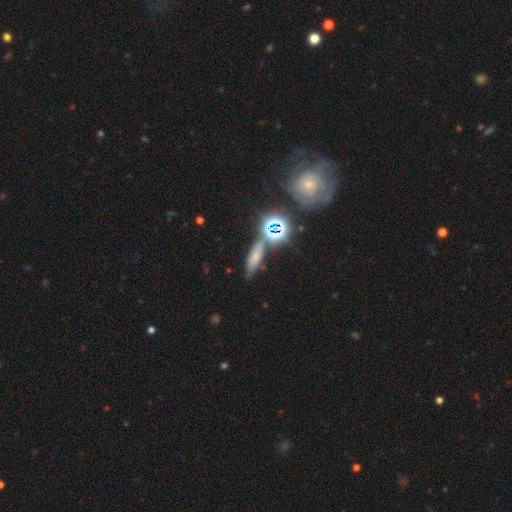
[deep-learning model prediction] Smooth or featured? Predicted: smooth (p=0.53). How rounded? Predicted: cigar-shaped (p=0.46). Merging? Predicted: none (p=0.69).